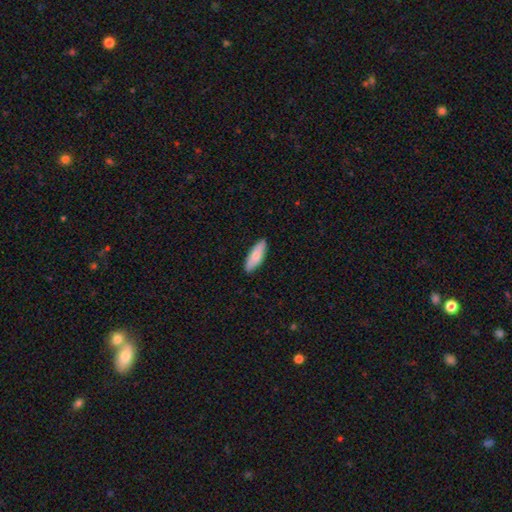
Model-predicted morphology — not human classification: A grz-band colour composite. It shows a smooth galaxy with no disk features (82%) that is in between round and cigar-shaped (63%). Merging: none (88%).